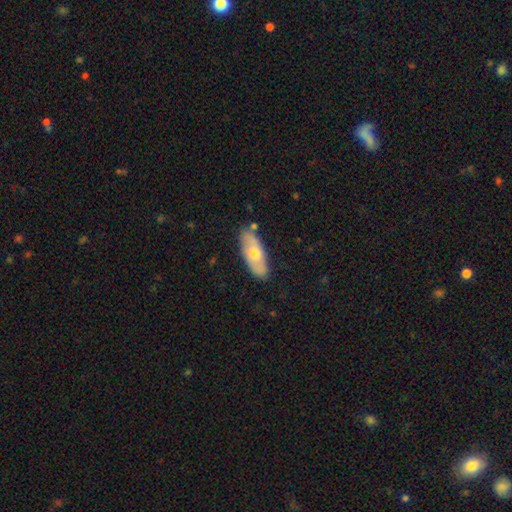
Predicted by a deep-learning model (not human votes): Q: Smooth or featured?
A: smooth (59%); runner-up: featured or disk (36%)
Q: How rounded?
A: in between (79%); runner-up: cigar-shaped (18%)
Q: Merging?
A: none (82%); runner-up: minor disturbance (12%)